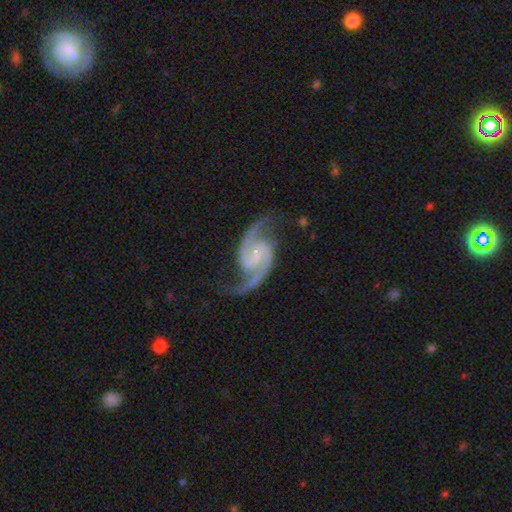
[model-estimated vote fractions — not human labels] A featured or disk galaxy (94%) with a weak bar (48%), 2 (95%) medium (61%) spiral arms (99%) and a small central bulge (63%).

Vote fractions:
- Smooth or featured? featured or disk: 94% / star or artifact: 4% / smooth: 2%
- Edge-on disk? no: 98% / yes: 2%
- Bar? weak: 48% / no: 35% / strong: 17%
- Spiral arms? yes: 99% / no: 1%
- Spiral winding? medium: 61% / loose: 27% / tight: 13%
- Spiral arm count? 2: 95% / 3: 1% / can't tell: 1% / 1: 1% / 4: 1% / more than 4: 1%
- Bulge size? small: 63% / none: 20% / moderate: 14% / large: 1% / dominant: 1%
- Merging? none: 78% / minor disturbance: 14% / major disturbance: 6% / merger: 2%